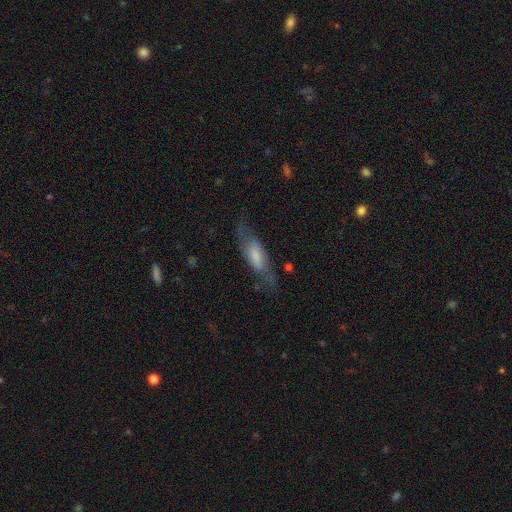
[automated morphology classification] featured or disk 53%, smooth 40%, star or artifact 8%. Down the decision tree: edge-on disk — no (70%); merging — none (62%).